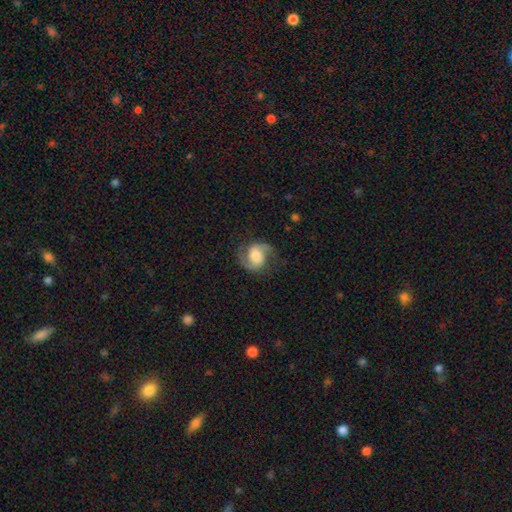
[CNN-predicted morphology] type=featured or disk (81%); edge-on=no (98%); bar=no (52%); spiral arms=yes (96%); winding=medium (54%); arm count=2 (92%); bulge=moderate (49%); merging=none (76%).